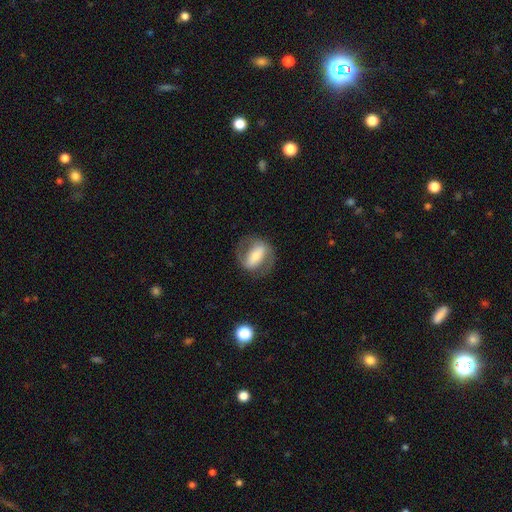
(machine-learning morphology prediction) smooth-or-featured: featured or disk: 66% | smooth: 27% | star or artifact: 7%
  disk-edge-on: no: 93% | yes: 7%
    bar: strong: 63% | weak: 23% | no: 14%
    has-spiral-arms: yes: 74% | no: 26%
    bulge-size: moderate: 38% | small: 30% | large: 20% | none: 7% | dominant: 5%
  merging: none: 73% | minor disturbance: 15% | major disturbance: 11% | merger: 1%